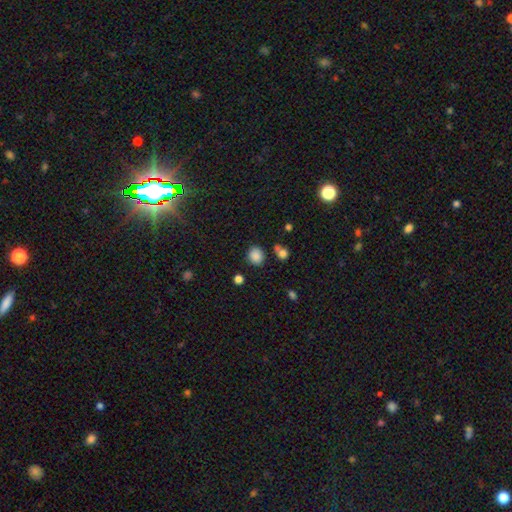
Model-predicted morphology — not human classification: smooth_or_featured: smooth (p=0.85) [alt: star or artifact p=0.12]
how_rounded: round (p=0.78) [alt: in between p=0.21]
merging: none (p=0.78) [alt: minor disturbance p=0.11]